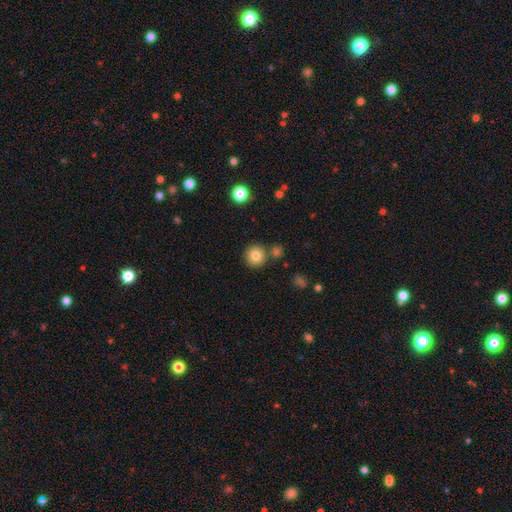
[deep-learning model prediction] This appears to be a smooth galaxy with no disk features (82%) that is round (92%). Merging: none (78%).